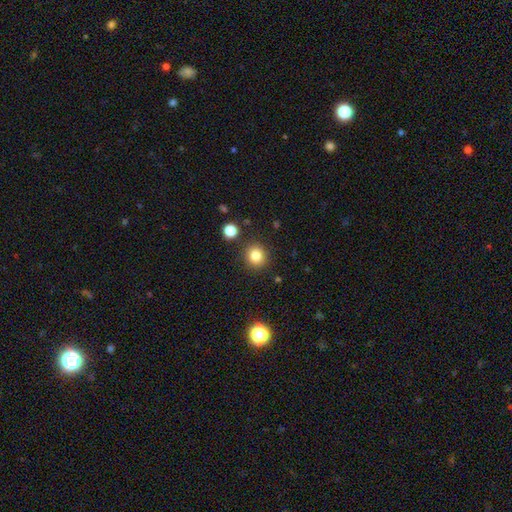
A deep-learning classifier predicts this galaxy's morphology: Q: Smooth or featured?
A: smooth (83%); runner-up: star or artifact (12%)
Q: How rounded?
A: round (88%); runner-up: in between (11%)
Q: Merging?
A: none (87%); runner-up: minor disturbance (7%)